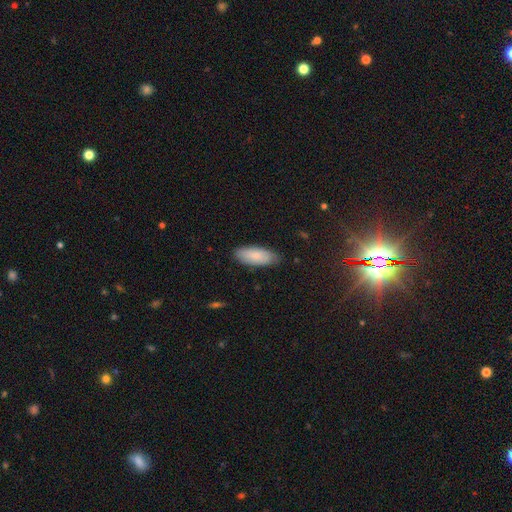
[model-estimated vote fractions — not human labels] smooth_or_featured: smooth (p=0.82) [alt: featured or disk p=0.12]
how_rounded: in between (p=0.80) [alt: cigar-shaped p=0.19]
merging: none (p=0.81) [alt: minor disturbance p=0.15]